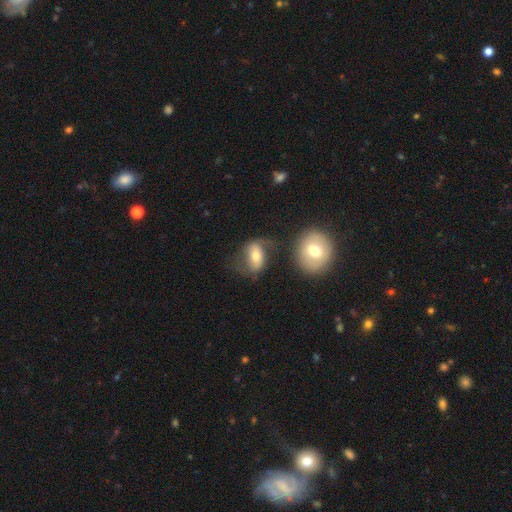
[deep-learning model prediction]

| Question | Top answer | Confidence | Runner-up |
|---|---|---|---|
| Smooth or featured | smooth | 54% | featured or disk (38%) |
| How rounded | in between | 79% | round (18%) |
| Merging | none | 41% | minor disturbance (20%) |